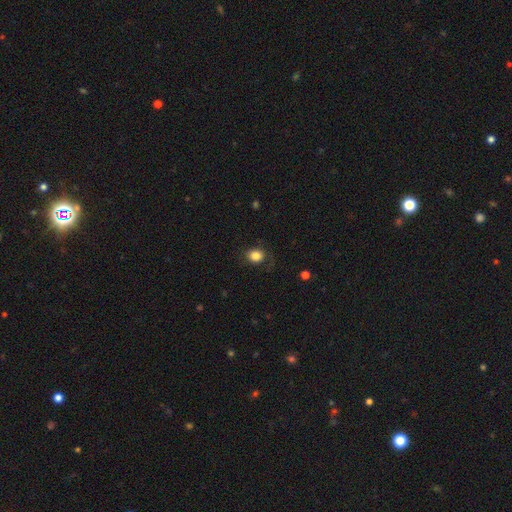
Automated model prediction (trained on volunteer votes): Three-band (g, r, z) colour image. It shows a smooth galaxy with no disk features (83%) that is round (64%). Merging: none (71%).